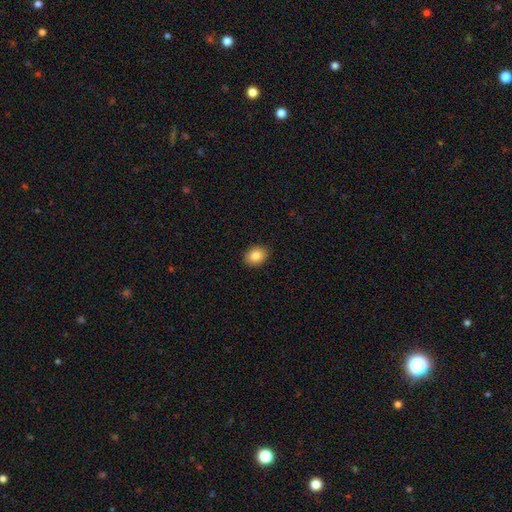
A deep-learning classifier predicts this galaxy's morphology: type=smooth (85%); roundness=in between (61%); merging=none (90%).